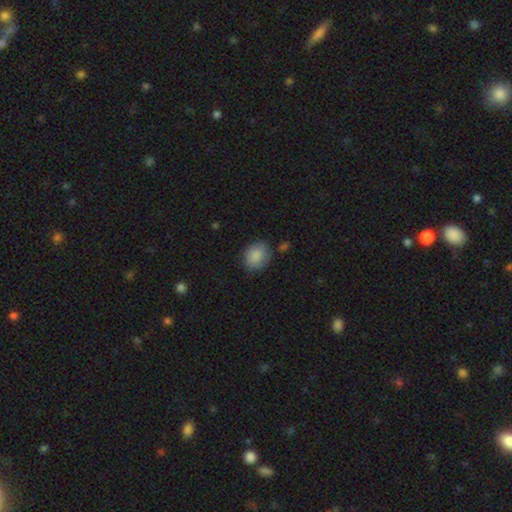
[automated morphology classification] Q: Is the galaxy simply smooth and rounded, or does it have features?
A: smooth — 87%.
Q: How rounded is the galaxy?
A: round — 50%.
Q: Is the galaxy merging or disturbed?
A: none — 77%.